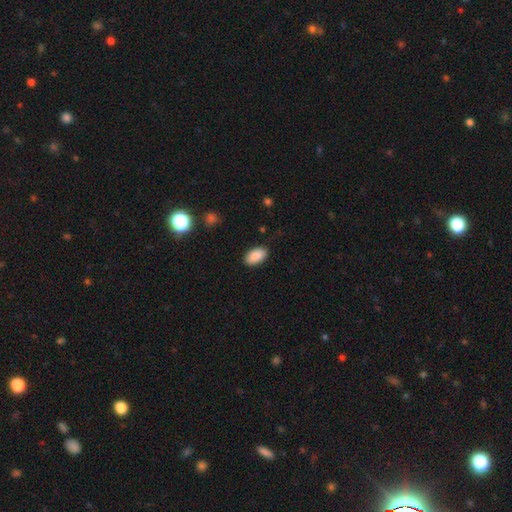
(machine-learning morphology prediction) This is clearly a smooth galaxy (89%). How rounded: clearly in between (94%). Merging: clearly none (85%).